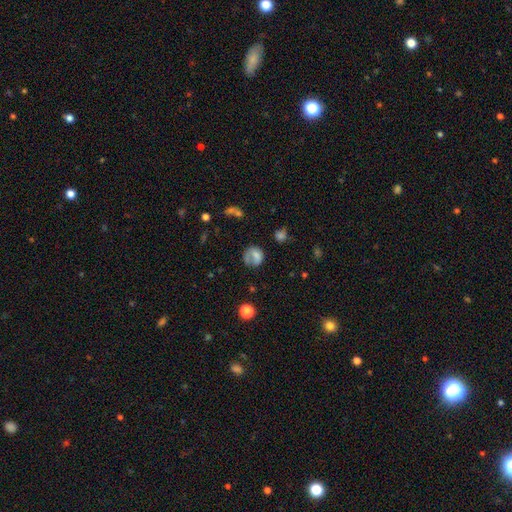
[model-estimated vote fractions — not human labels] This appears to be a smooth galaxy with no disk features (64%) that is round (64%). Merging: none (43%).